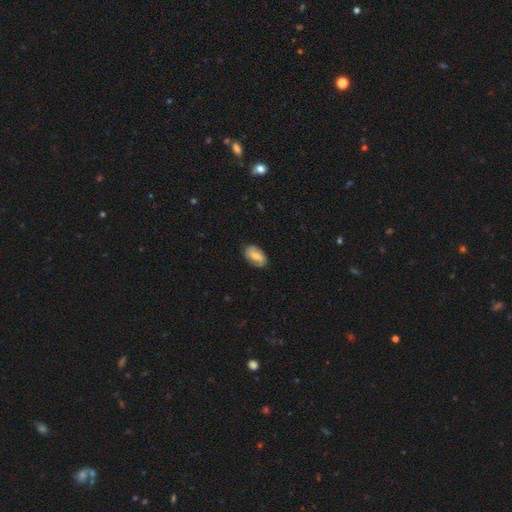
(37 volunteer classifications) Volunteers were most divided on "bar": weak: 47%, no: 42%, strong: 11%. More confident: edge-on disk — no (95%); spiral arm count — 2 (88%); spiral arms — yes (84%); merging — none (76%); bulge size — moderate (63%); smooth or featured — featured or disk (54%); spiral winding — medium (50%).